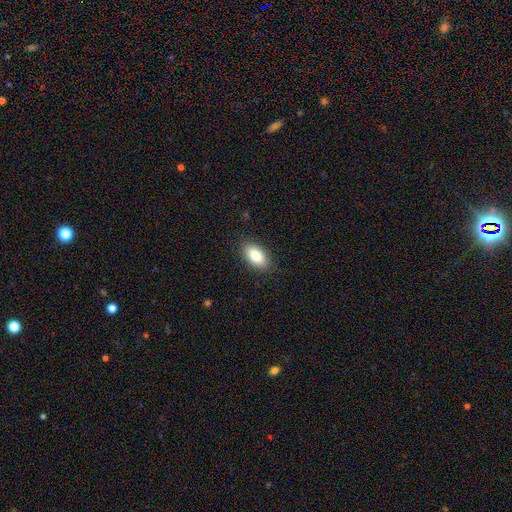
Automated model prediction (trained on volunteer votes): Overall: smooth (82%). How rounded: in between (92%). Merging: none (87%).